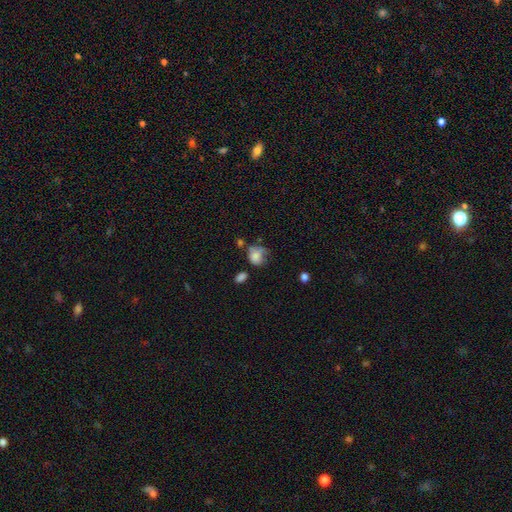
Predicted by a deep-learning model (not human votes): smooth_or_featured: smooth (p=0.77) [alt: featured or disk p=0.13]
how_rounded: round (p=0.53) [alt: in between p=0.46]
merging: none (p=0.35) [alt: minor disturbance p=0.33]